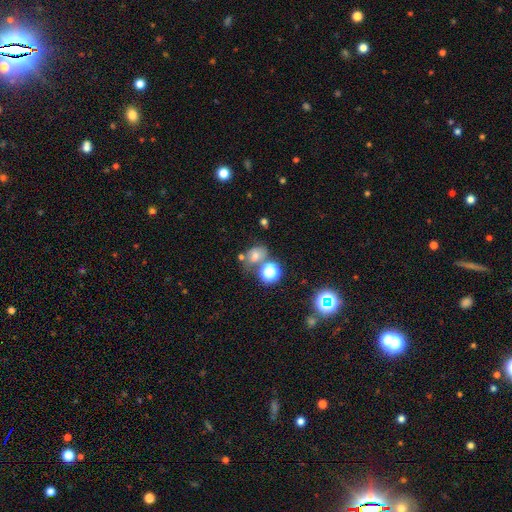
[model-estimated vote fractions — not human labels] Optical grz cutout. It shows a smooth galaxy with no disk features (58%) that is in between round and cigar-shaped (54%). Merging: none (48%).